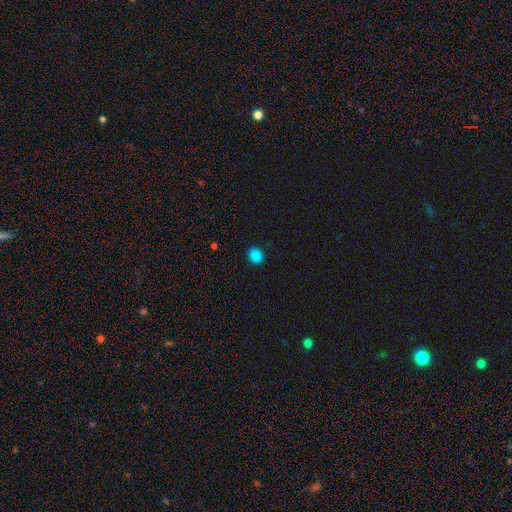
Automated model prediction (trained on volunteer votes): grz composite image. It shows a smooth galaxy with no disk features (87%) that is in between round and cigar-shaped (51%). Merging: none (90%).